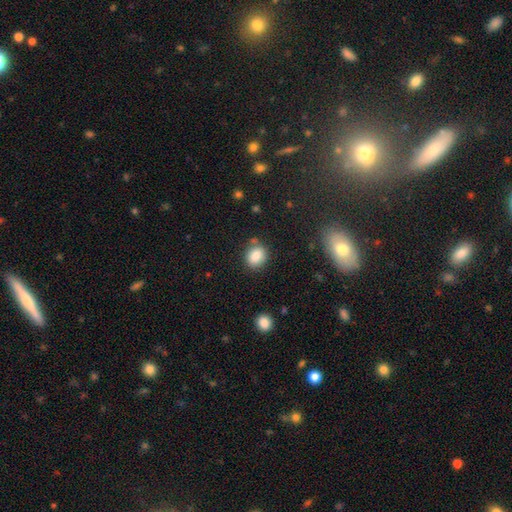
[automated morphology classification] A smooth galaxy with no disk features (85%) that is round (60%).

Vote fractions:
- Smooth or featured? smooth: 85% / star or artifact: 9% / featured or disk: 6%
- How rounded? round: 60% / in between: 39% / cigar-shaped: 1%
- Merging? none: 76% / minor disturbance: 14% / merger: 6% / major disturbance: 4%